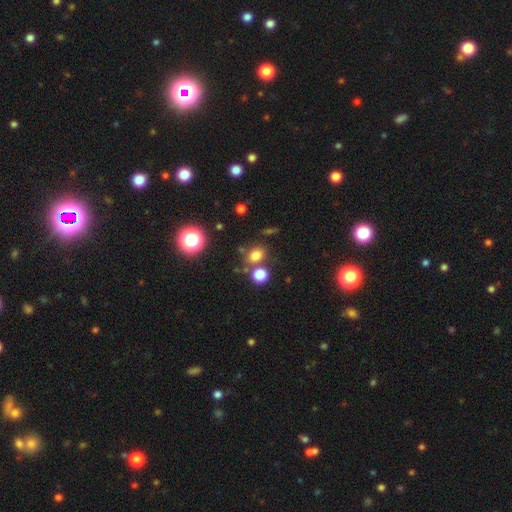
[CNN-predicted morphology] Overall: smooth (74%). How rounded: round (57%; in between 42%). Merging: none (68%).